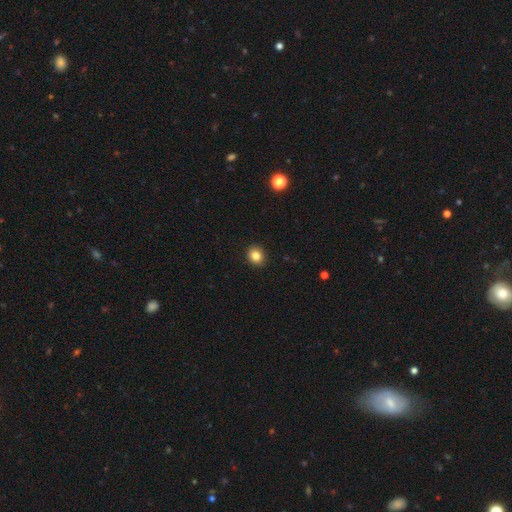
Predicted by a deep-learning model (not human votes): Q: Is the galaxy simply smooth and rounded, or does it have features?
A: smooth — 84%.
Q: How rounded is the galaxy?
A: round — 70%.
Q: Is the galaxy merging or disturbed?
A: none — 92%.